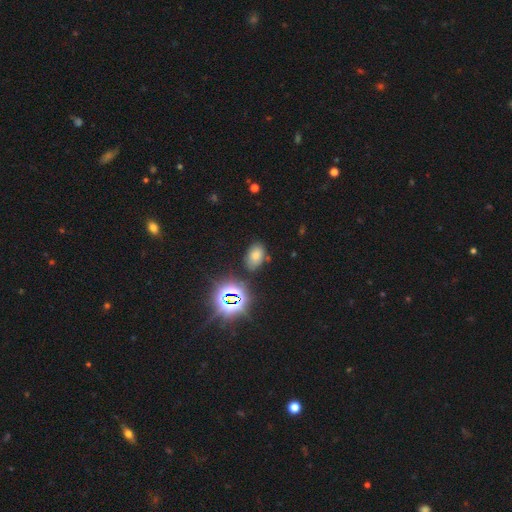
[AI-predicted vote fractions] A smooth galaxy with no disk features (63%) that is in between round and cigar-shaped (87%).

Vote fractions:
- Smooth or featured? smooth: 63% / star or artifact: 26% / featured or disk: 10%
- How rounded? in between: 87% / round: 12% / cigar-shaped: 1%
- Merging? none: 78% / minor disturbance: 14% / merger: 4% / major disturbance: 4%